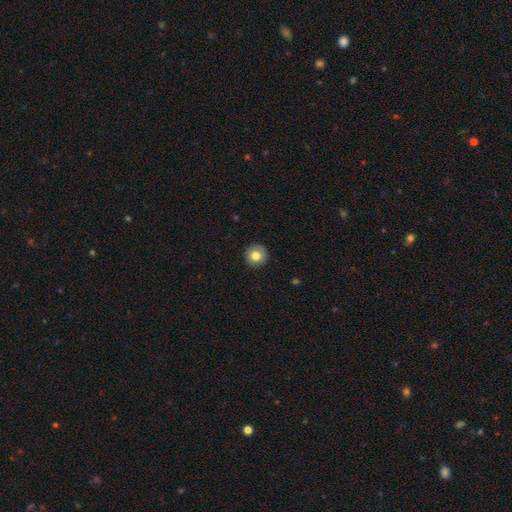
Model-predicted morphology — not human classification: Smooth or featured: smooth — 79% (featured or disk — 13%)
How rounded: round — 94% (in between — 5%)
Merging: none — 90% (minor disturbance — 7%)